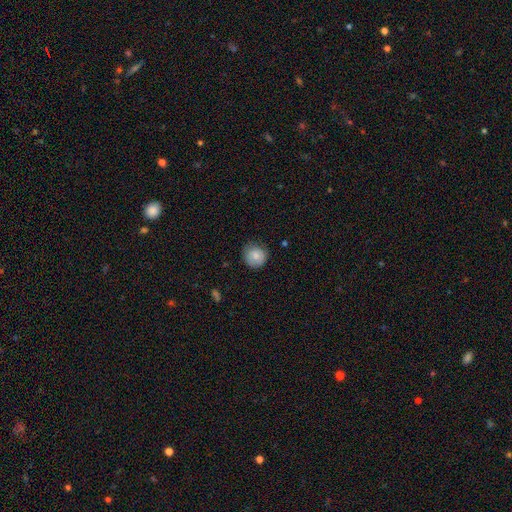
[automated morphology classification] smooth-or-featured: smooth: 78% | featured or disk: 14% | star or artifact: 8%
  how-rounded: round: 91% | in between: 8% | cigar-shaped: 1%
  merging: none: 78% | minor disturbance: 18% | major disturbance: 3% | merger: 1%